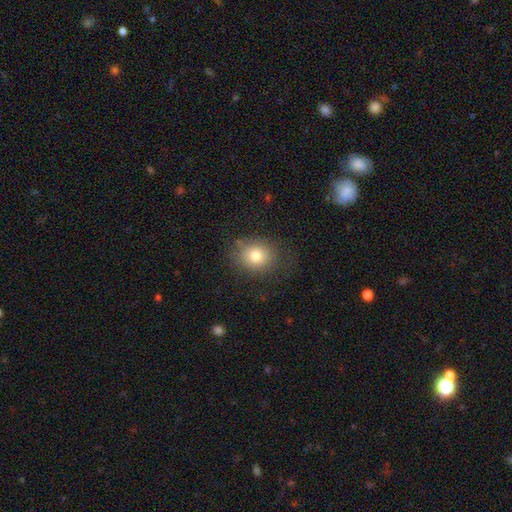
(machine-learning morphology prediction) The model was most divided on "how rounded": round: 73%, in between: 26%, cigar-shaped: 1%. More confident: merging — none (78%); smooth or featured — smooth (77%).